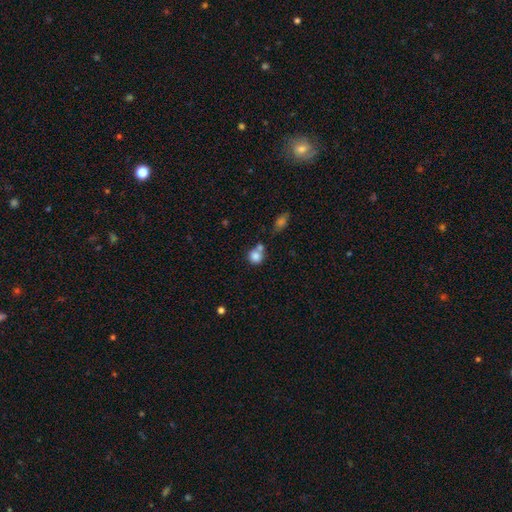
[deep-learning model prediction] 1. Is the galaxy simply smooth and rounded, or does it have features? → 82% smooth, 10% star or artifact, 8% featured or disk.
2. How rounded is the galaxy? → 80% round, 19% in between, 1% cigar-shaped.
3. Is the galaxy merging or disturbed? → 46% none, 37% merger, 12% minor disturbance, 5% major disturbance.